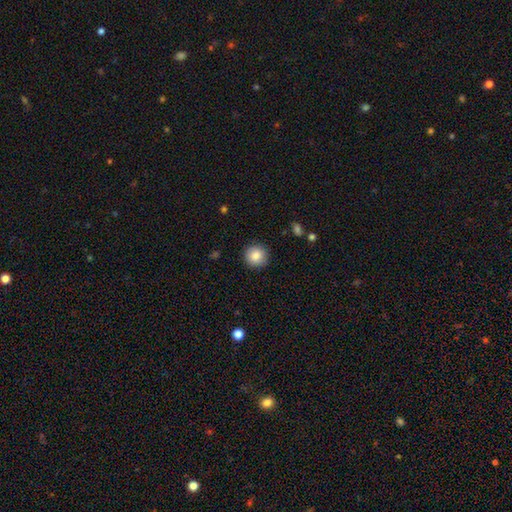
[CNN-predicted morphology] smooth_or_featured: smooth (p=0.85) [alt: star or artifact p=0.09]
how_rounded: round (p=0.94) [alt: in between p=0.05]
merging: none (p=0.90) [alt: minor disturbance p=0.07]